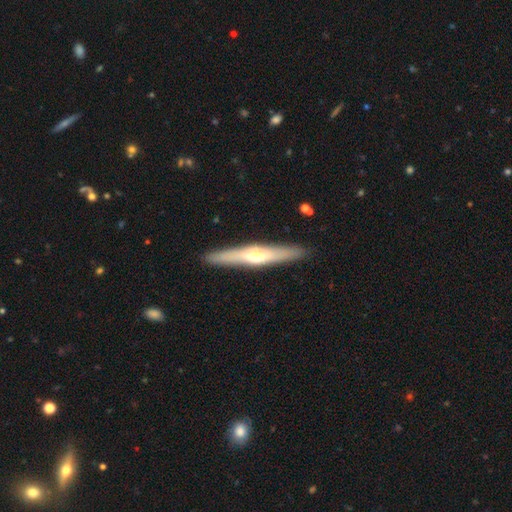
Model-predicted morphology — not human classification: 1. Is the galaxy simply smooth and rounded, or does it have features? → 58% featured or disk, 37% smooth, 6% star or artifact.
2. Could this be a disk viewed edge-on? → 92% yes, 8% no.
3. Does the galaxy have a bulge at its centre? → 85% rounded, 11% none, 4% boxy.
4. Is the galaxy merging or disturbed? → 91% none, 7% minor disturbance, 2% major disturbance, 1% merger.